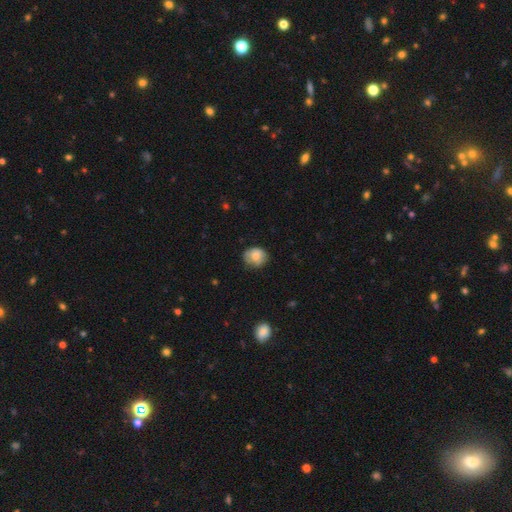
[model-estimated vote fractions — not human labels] Overall: smooth (76%). How rounded: round (68%; in between 31%). Merging: none (68%).